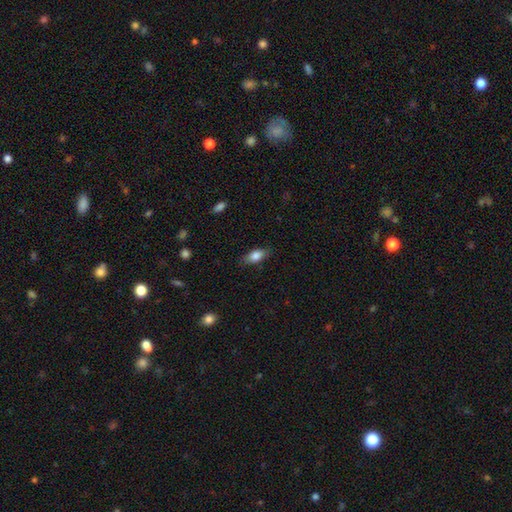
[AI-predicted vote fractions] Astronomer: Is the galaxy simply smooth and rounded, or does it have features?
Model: smooth — 81%.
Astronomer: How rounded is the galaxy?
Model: in between — 84%.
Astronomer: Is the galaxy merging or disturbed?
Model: none — 81%.